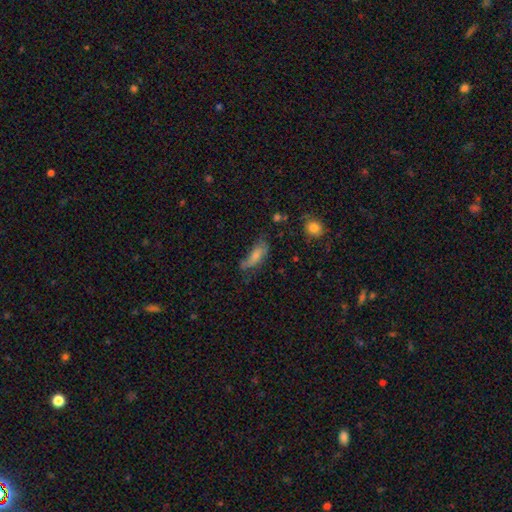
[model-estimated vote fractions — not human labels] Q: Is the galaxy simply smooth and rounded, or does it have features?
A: smooth — 73%.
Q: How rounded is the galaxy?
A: in between — 68%.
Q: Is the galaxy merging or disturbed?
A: none — 41%.